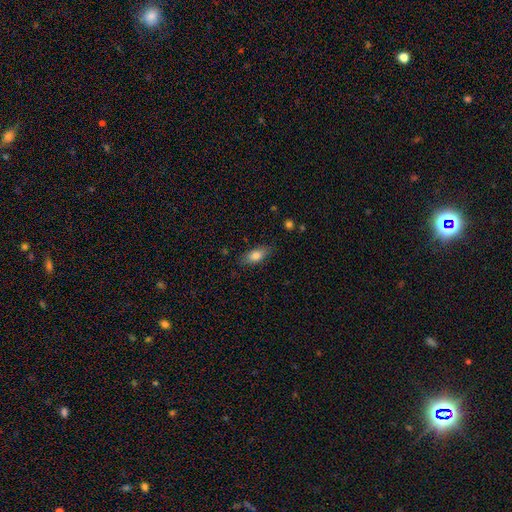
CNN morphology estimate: This appears to be a smooth galaxy with no disk features (77%) that is in between round and cigar-shaped (81%). Merging: none (81%).